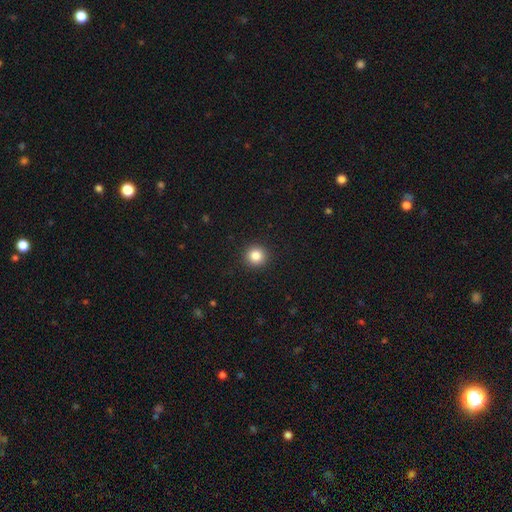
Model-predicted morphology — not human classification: Smooth or featured: smooth — 84% (star or artifact — 11%)
How rounded: round — 94% (in between — 5%)
Merging: none — 93% (minor disturbance — 5%)